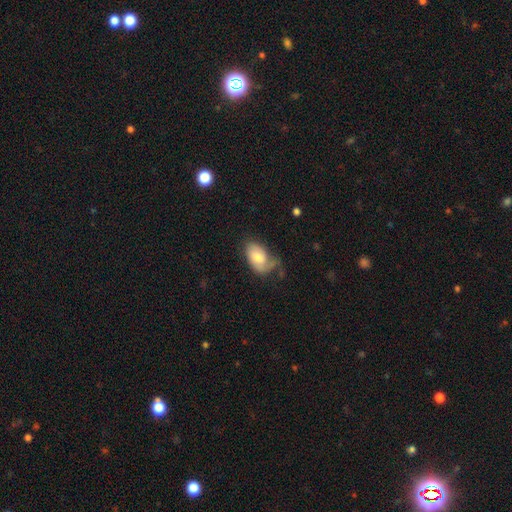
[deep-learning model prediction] Smooth or featured? Predicted: smooth (p=0.64). How rounded? Predicted: in between (p=0.92). Merging? Predicted: none (p=0.35, tied with minor disturbance).